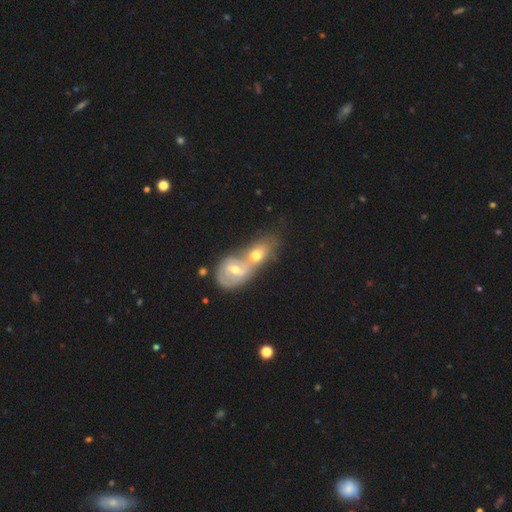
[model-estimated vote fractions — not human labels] A featured or disk galaxy (50%).

Vote fractions:
- Smooth or featured? featured or disk: 50% / smooth: 40% / star or artifact: 10%
- Edge-on disk? no: 91% / yes: 9%
- Merging? merger: 70% / none: 21% / minor disturbance: 6% / major disturbance: 3%